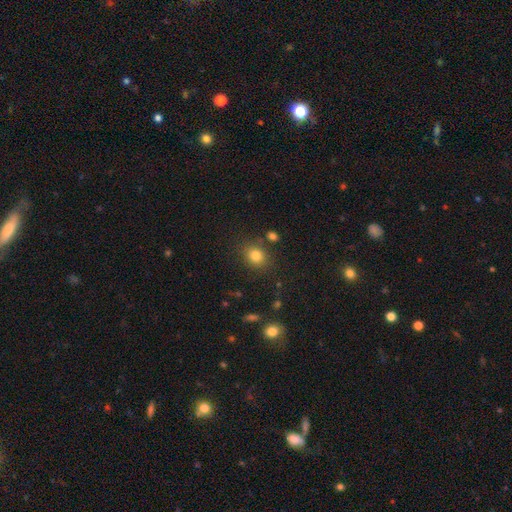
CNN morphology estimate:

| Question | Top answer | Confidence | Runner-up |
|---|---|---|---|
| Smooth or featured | smooth | 81% | star or artifact (12%) |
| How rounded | round | 63% | in between (36%) |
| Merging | none | 81% | minor disturbance (11%) |